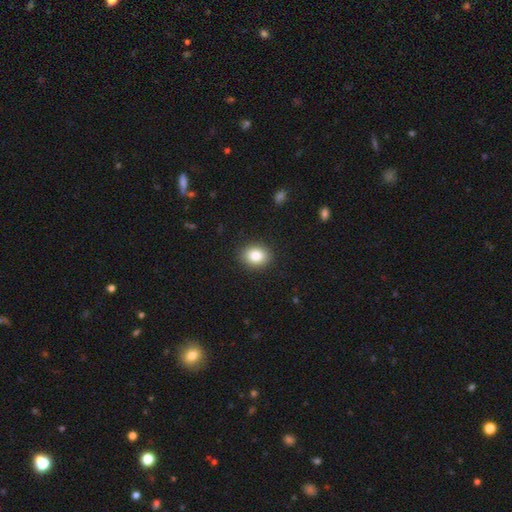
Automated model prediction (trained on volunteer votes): smooth_or_featured: smooth (p=0.84) [alt: star or artifact p=0.09]
how_rounded: round (p=0.52) [alt: in between p=0.48]
merging: none (p=0.90) [alt: minor disturbance p=0.07]